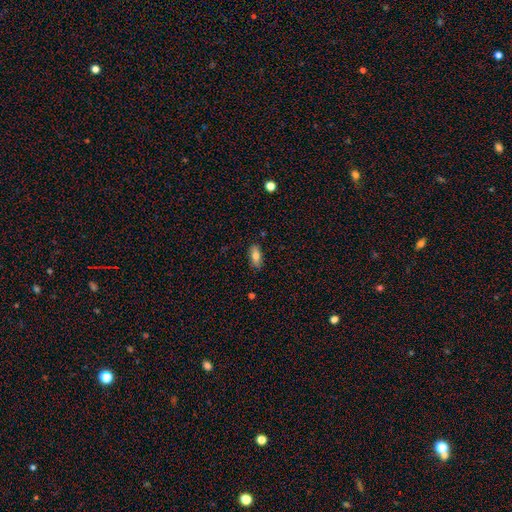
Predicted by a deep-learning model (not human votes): A smooth galaxy with no disk features (75%) that is in between round and cigar-shaped (80%).

Vote fractions:
- Smooth or featured? smooth: 75% / featured or disk: 18% / star or artifact: 7%
- How rounded? in between: 80% / cigar-shaped: 16% / round: 3%
- Merging? none: 84% / minor disturbance: 12% / major disturbance: 2% / merger: 1%